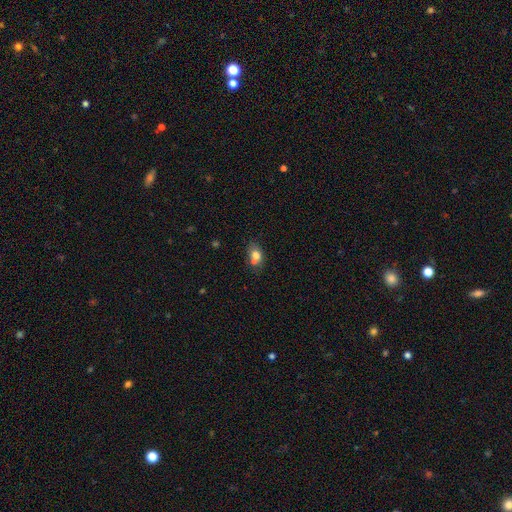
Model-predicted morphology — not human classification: smooth-or-featured: smooth: 73% | featured or disk: 17% | star or artifact: 11%
  how-rounded: in between: 66% | round: 32% | cigar-shaped: 2%
  merging: none: 47% | merger: 33% | minor disturbance: 14% | major disturbance: 5%